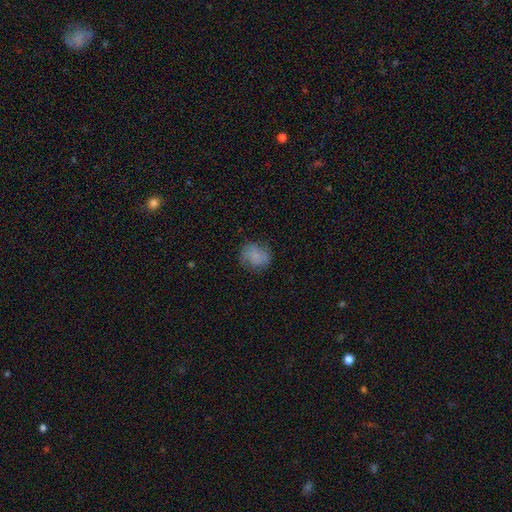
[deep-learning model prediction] A smooth galaxy with no disk features (71%) that is round (71%). Merging: none (72%).